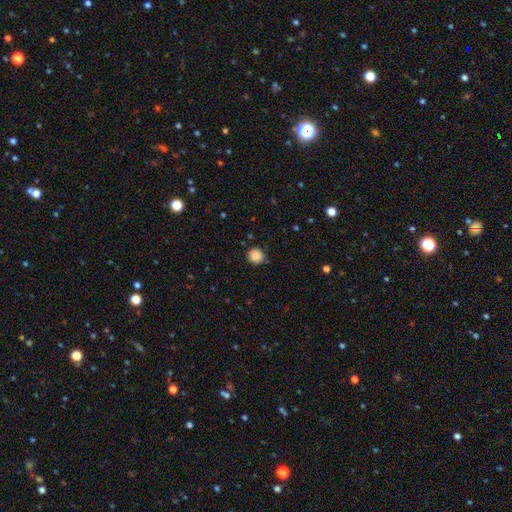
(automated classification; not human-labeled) smooth-or-featured: smooth: 87% | star or artifact: 10% | featured or disk: 3%
  how-rounded: round: 90% | in between: 9% | cigar-shaped: 1%
  merging: none: 85% | minor disturbance: 11% | major disturbance: 3% | merger: 2%